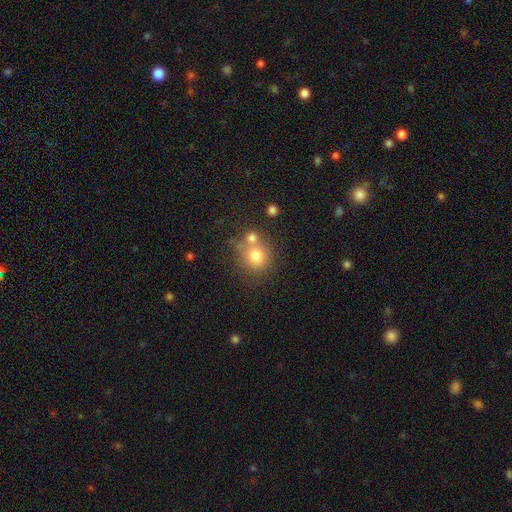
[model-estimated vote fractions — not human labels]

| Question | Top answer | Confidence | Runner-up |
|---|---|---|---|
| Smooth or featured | smooth | 75% | featured or disk (13%) |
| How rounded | round | 84% | in between (15%) |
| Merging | none | 53% | merger (32%) |